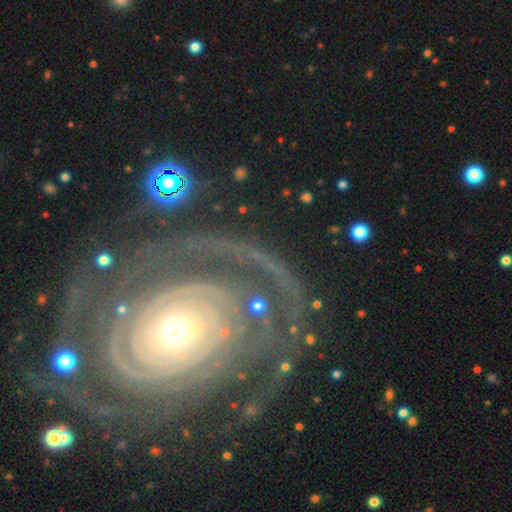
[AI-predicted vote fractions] A featured or disk galaxy (76%) with no bar (62%), 2 (29%) tight (59%) spiral arms (88%) and a moderate central bulge (53%). Merging: none (61%).